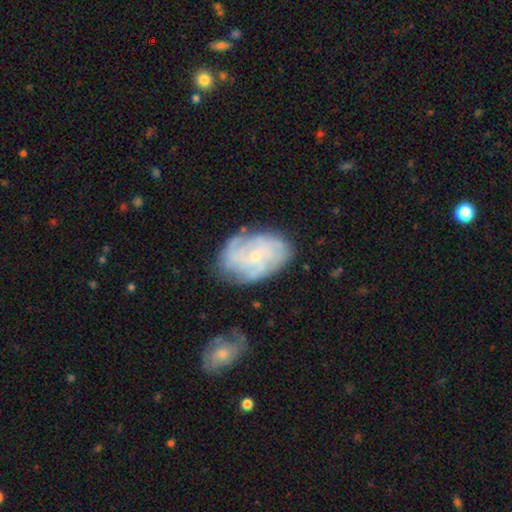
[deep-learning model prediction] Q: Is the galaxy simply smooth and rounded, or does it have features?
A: featured or disk — 71%.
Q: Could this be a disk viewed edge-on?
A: no — 97%.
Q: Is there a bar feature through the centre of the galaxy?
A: no — 78%.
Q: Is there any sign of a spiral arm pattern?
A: yes — 86%.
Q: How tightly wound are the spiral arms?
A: tight — 59%.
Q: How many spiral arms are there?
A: can't tell — 46%.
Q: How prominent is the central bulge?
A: small — 76%.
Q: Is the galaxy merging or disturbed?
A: none — 73%.